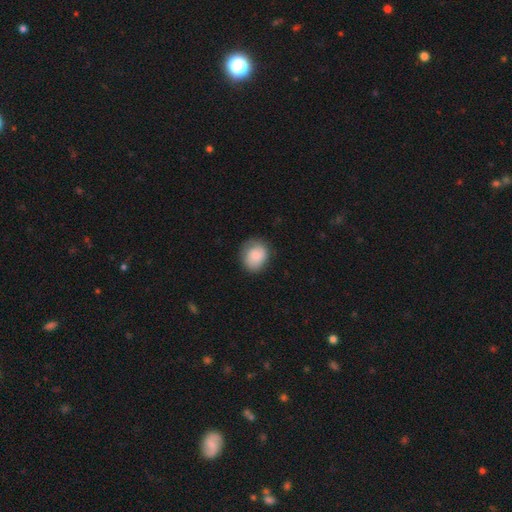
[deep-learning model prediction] smooth-or-featured: smooth: 78% | featured or disk: 15% | star or artifact: 7%
  how-rounded: round: 66% | in between: 33% | cigar-shaped: 1%
  merging: none: 74% | minor disturbance: 20% | major disturbance: 6% | merger: 1%